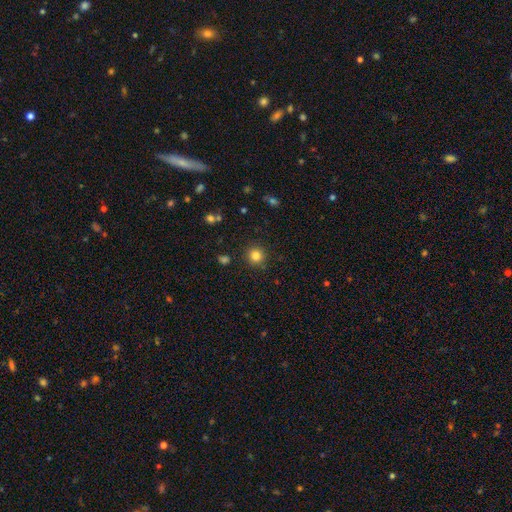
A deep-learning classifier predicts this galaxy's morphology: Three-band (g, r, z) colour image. It shows a smooth galaxy with no disk features (82%) that is round (94%). Merging: none (90%).